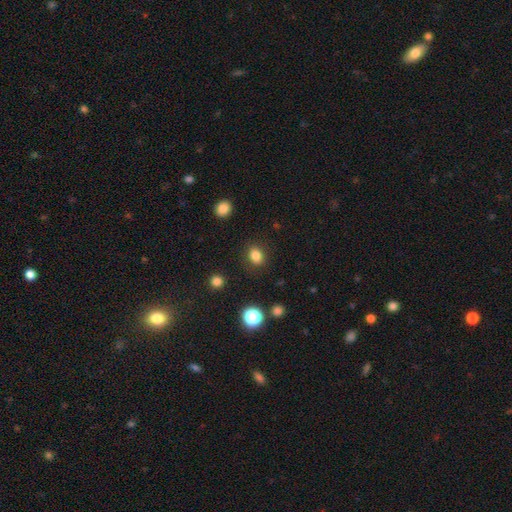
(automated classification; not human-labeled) Q: Smooth or featured?
A: smooth (83%); runner-up: star or artifact (11%)
Q: How rounded?
A: in between (55%); runner-up: round (44%)
Q: Merging?
A: none (86%); runner-up: minor disturbance (9%)